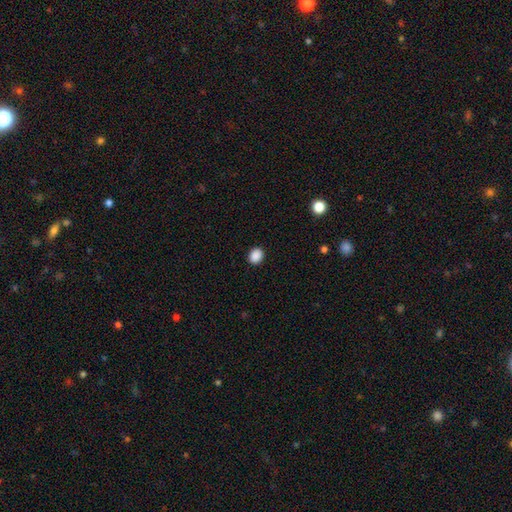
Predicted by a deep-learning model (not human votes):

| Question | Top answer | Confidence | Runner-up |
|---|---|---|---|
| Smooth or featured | smooth | 89% | star or artifact (9%) |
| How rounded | round | 59% | in between (40%) |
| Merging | none | 91% | minor disturbance (6%) |